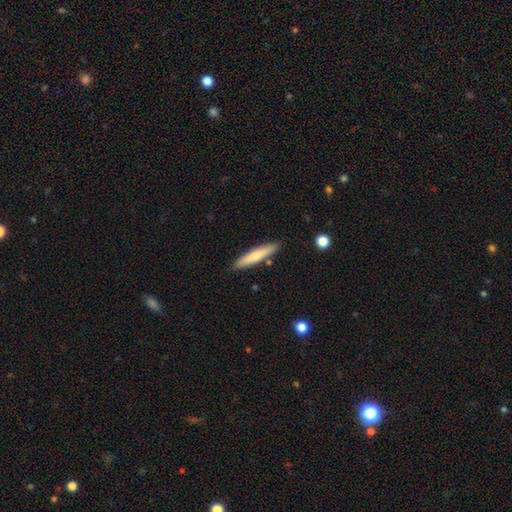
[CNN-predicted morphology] A smooth galaxy with no disk features (69%) that is cigar-shaped (89%).

Vote fractions:
- Smooth or featured? smooth: 69% / featured or disk: 25% / star or artifact: 6%
- How rounded? cigar-shaped: 89% / in between: 9% / round: 1%
- Merging? none: 86% / minor disturbance: 9% / merger: 3% / major disturbance: 2%